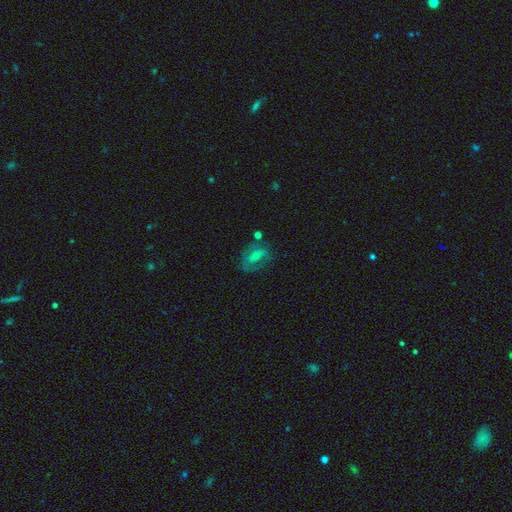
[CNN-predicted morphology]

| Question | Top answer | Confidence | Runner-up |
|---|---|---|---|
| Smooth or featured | featured or disk | 55% | smooth (31%) |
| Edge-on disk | no | 95% | yes (5%) |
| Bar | no | 42% | tied: weak (42%) |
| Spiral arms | yes | 65% | no (35%) |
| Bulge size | small | 51% | moderate (35%) |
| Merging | none | 65% | minor disturbance (19%) |